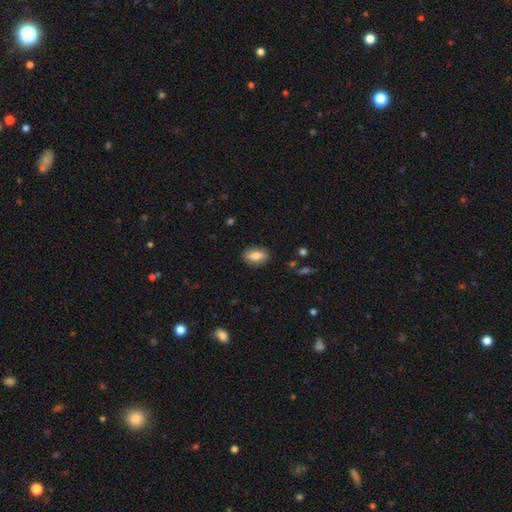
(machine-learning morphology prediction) smooth 74%, featured or disk 19%, star or artifact 7%. Down the decision tree: how rounded — in between (86%); merging — none (87%).